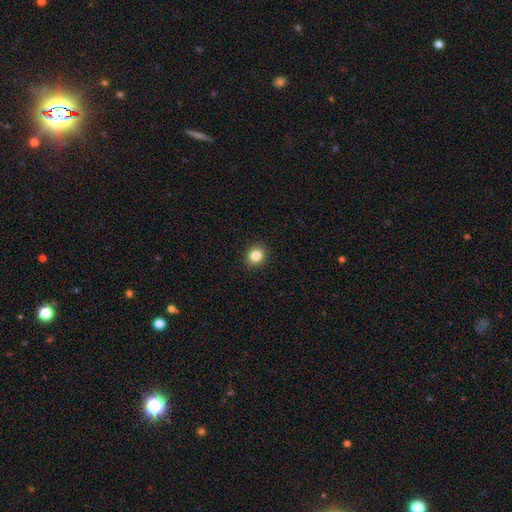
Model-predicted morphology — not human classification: Smooth or featured? smooth (85%)
How rounded? round (82%)
Merging? none (92%)